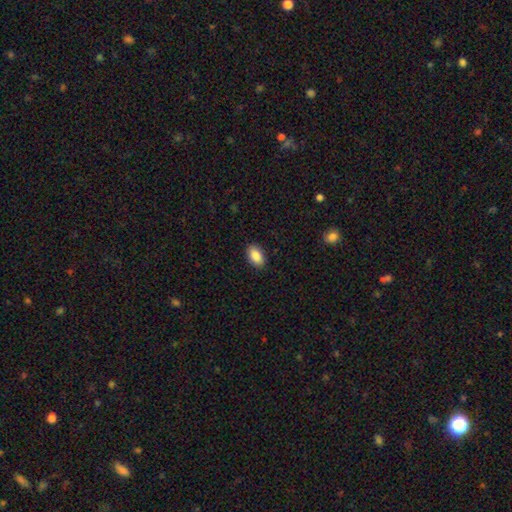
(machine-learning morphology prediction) Smooth or featured?
  - smooth: 88% *
  - star or artifact: 7%
  - featured or disk: 5%
How rounded?
  - in between: 91% *
  - round: 8%
  - cigar-shaped: 1%
Merging?
  - none: 89% *
  - minor disturbance: 8%
  - major disturbance: 2%
  - merger: 1%